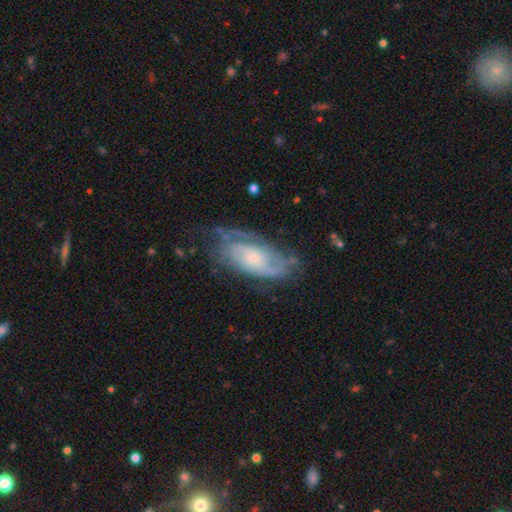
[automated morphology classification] smooth-or-featured: featured or disk: 75% | smooth: 19% | star or artifact: 6%
  disk-edge-on: no: 94% | yes: 6%
    bar: no: 69% | weak: 26% | strong: 5%
    has-spiral-arms: yes: 90% | no: 10%
      spiral-winding: tight: 44% | medium: 39% | loose: 17%
      spiral-arm-count: 2: 55% | can't tell: 27% | 3: 7% | 1: 5% | 4: 3% | more than 4: 3%
    bulge-size: small: 57% | moderate: 27% | large: 7% | none: 7% | dominant: 2%
  merging: none: 61% | minor disturbance: 23% | major disturbance: 14% | merger: 2%